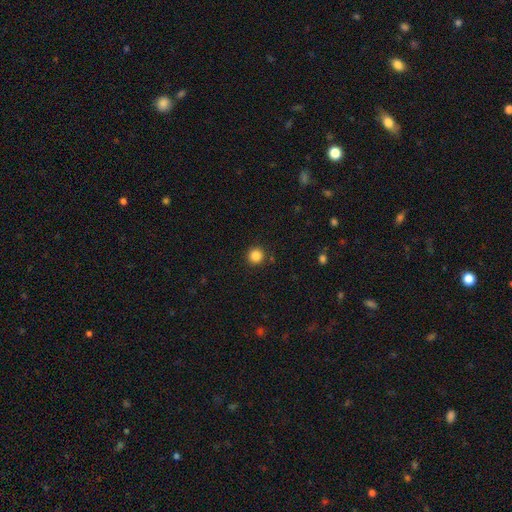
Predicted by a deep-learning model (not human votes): A smooth galaxy with no disk features (86%) that is round (94%). Merging: none (91%).